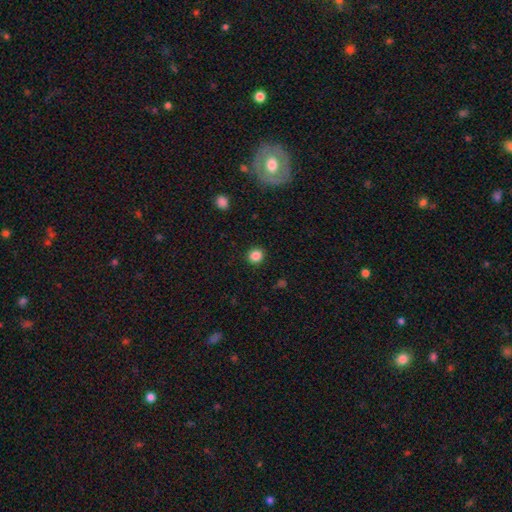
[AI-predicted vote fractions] Morphology: type=smooth (86%); roundness=round (88%); merging=none (91%).